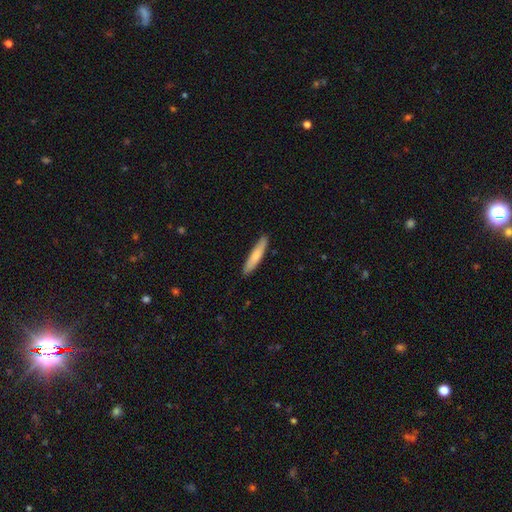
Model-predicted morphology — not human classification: Smooth or featured: smooth — 76% (featured or disk — 19%)
How rounded: cigar-shaped — 88% (in between — 10%)
Merging: none — 88% (minor disturbance — 9%)